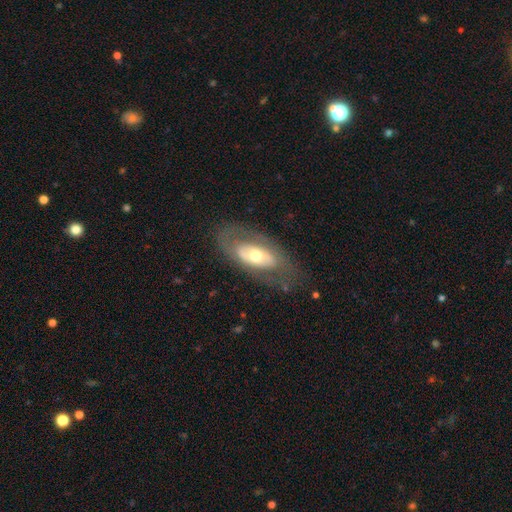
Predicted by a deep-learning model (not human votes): This appears to be a featured or disk galaxy (57%). Merging: none (72%).